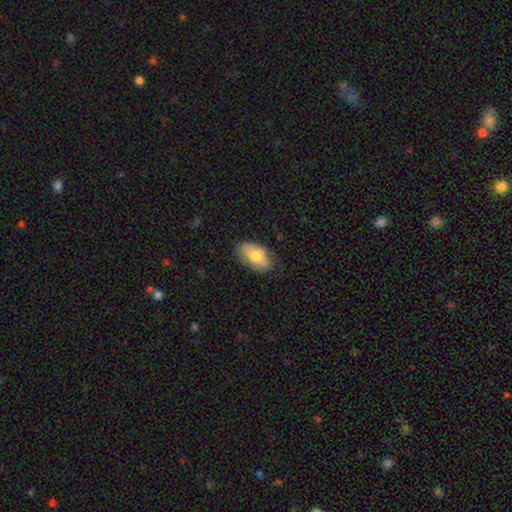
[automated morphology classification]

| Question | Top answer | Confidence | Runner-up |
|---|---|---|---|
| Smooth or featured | smooth | 71% | featured or disk (22%) |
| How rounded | in between | 93% | round (5%) |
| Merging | none | 66% | minor disturbance (25%) |